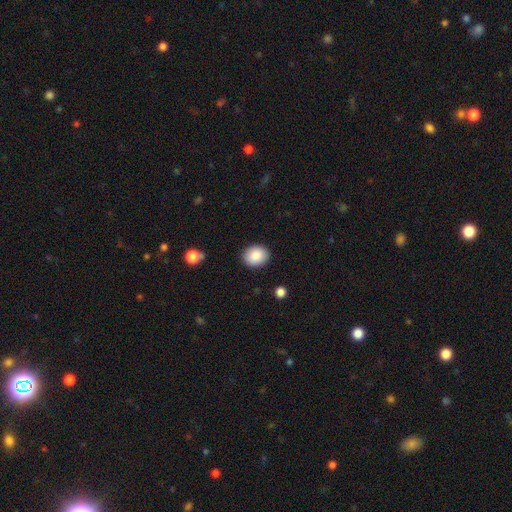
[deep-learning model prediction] smooth_or_featured: smooth (p=0.88) [alt: star or artifact p=0.08]
how_rounded: round (p=0.58) [alt: in between p=0.42]
merging: none (p=0.89) [alt: minor disturbance p=0.08]